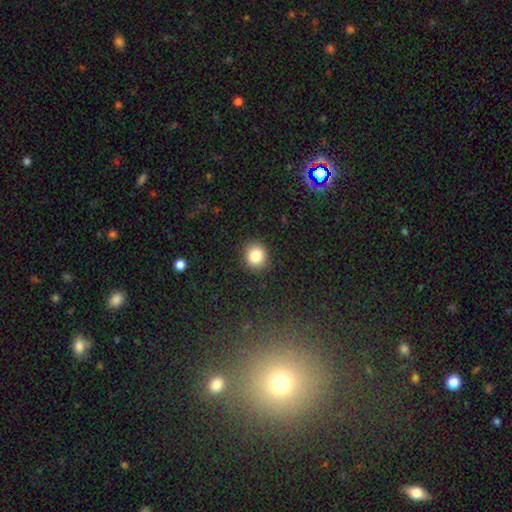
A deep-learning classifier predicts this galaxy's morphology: A smooth galaxy with no disk features (84%) that is round (83%).

Vote fractions:
- Smooth or featured? smooth: 84% / star or artifact: 10% / featured or disk: 6%
- How rounded? round: 83% / in between: 16% / cigar-shaped: 1%
- Merging? none: 90% / minor disturbance: 7% / major disturbance: 2% / merger: 1%